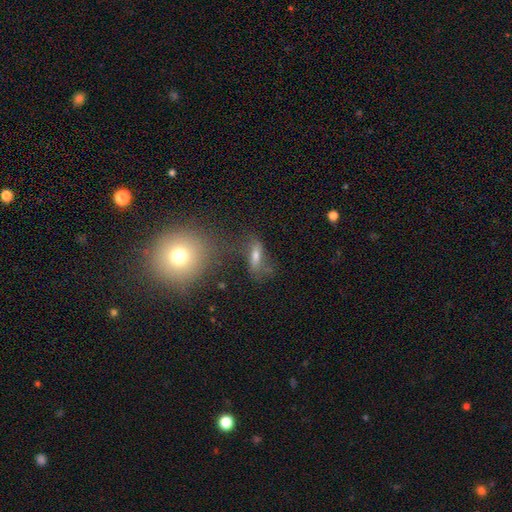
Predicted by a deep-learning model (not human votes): Morphology: type=smooth (52%); roundness=in between (51%); merging=none (56%).